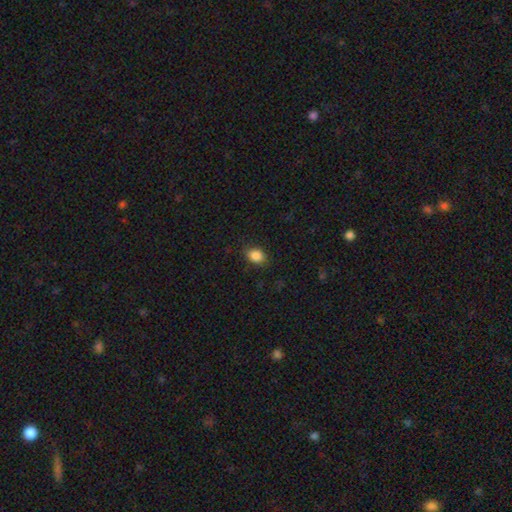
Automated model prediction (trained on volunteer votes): smooth_or_featured: smooth (p=0.87) [alt: star or artifact p=0.09]
how_rounded: in between (p=0.67) [alt: round p=0.32]
merging: none (p=0.84) [alt: minor disturbance p=0.12]